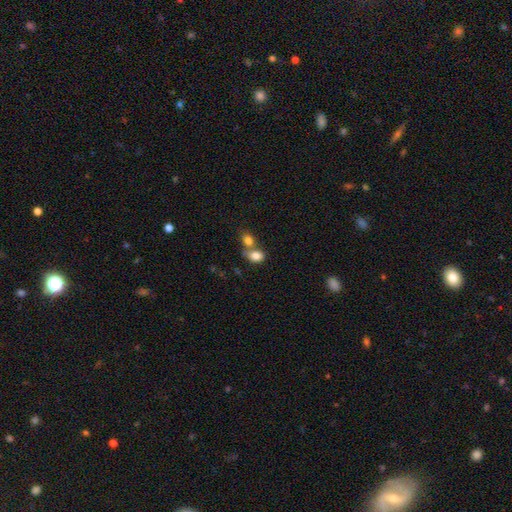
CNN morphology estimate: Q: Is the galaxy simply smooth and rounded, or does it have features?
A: smooth — 82%.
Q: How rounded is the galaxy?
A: in between — 64%.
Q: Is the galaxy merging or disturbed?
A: merger — 55%.